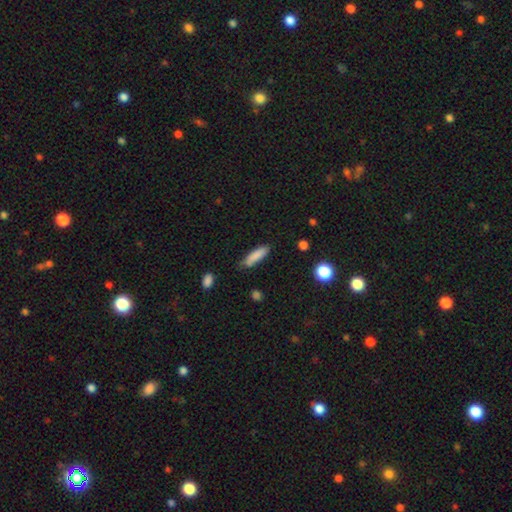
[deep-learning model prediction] Smooth or featured: smooth — 83% (featured or disk — 9%)
How rounded: cigar-shaped — 67% (in between — 31%)
Merging: none — 70% (minor disturbance — 22%)